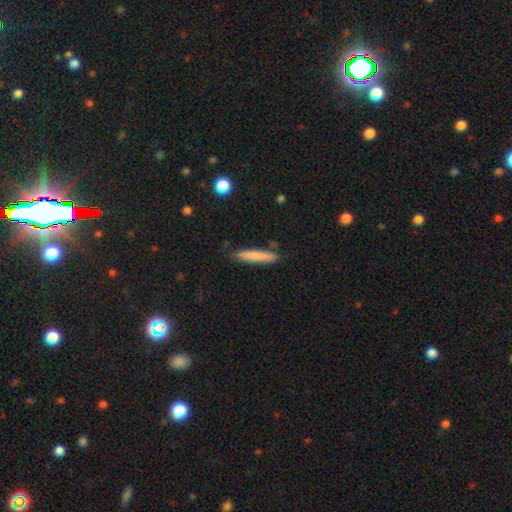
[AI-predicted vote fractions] A smooth galaxy with no disk features (78%) that is cigar-shaped (92%). Merging: none (83%).